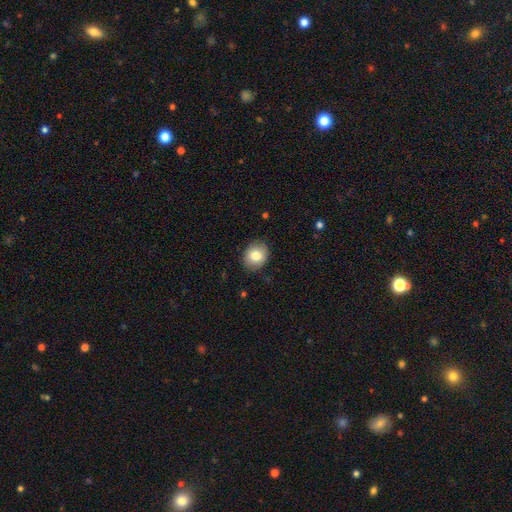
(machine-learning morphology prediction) This is clearly a smooth galaxy (81%). How rounded: likely round (61%). Merging: clearly none (86%).